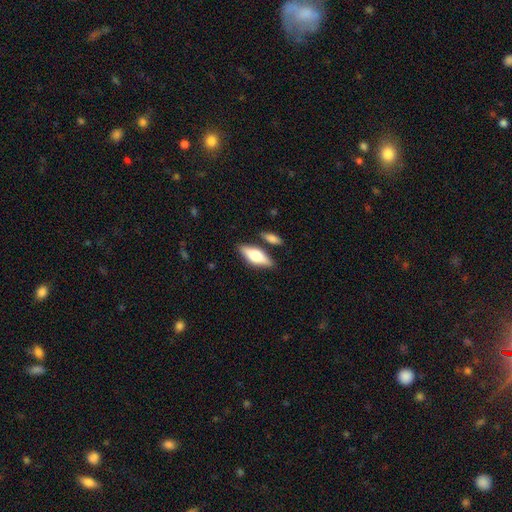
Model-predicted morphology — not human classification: smooth_or_featured: smooth (p=0.57) [alt: featured or disk p=0.36]
how_rounded: in between (p=0.65) [alt: cigar-shaped p=0.32]
merging: none (p=0.77) [alt: minor disturbance p=0.12]